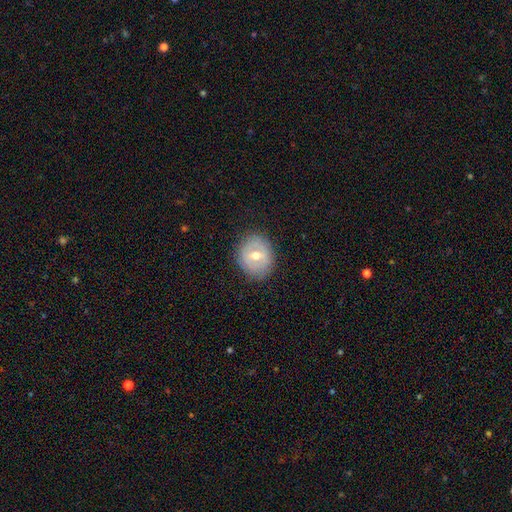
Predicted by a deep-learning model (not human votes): This is possibly a featured or disk galaxy (47%). Merging: clearly none (82%).